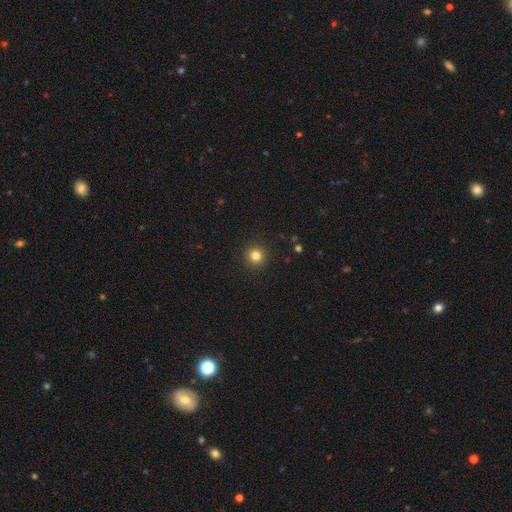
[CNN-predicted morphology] smooth_or_featured: smooth (p=0.82) [alt: star or artifact p=0.13]
how_rounded: round (p=0.95) [alt: in between p=0.04]
merging: none (p=0.92) [alt: minor disturbance p=0.05]